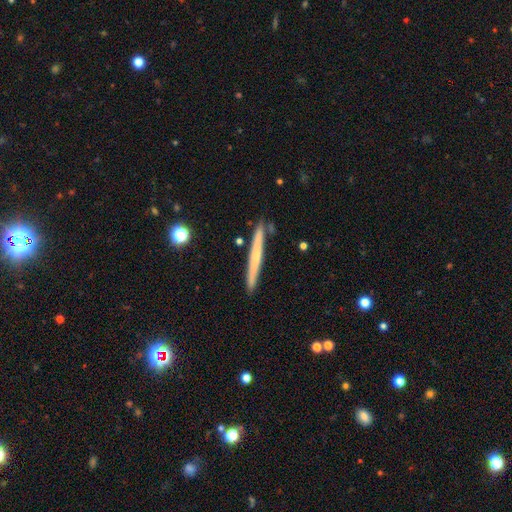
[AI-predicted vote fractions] Smooth or featured? Predicted: smooth (p=0.50). How rounded? Predicted: cigar-shaped (p=0.97). Merging? Predicted: none (p=0.88).